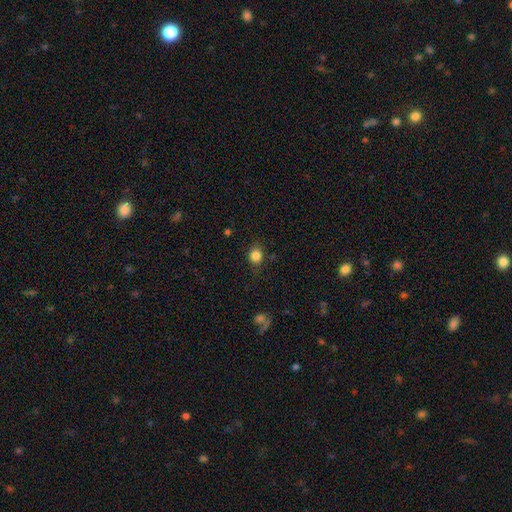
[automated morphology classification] Smooth or featured? smooth (84%)
How rounded? round (74%)
Merging? none (80%)